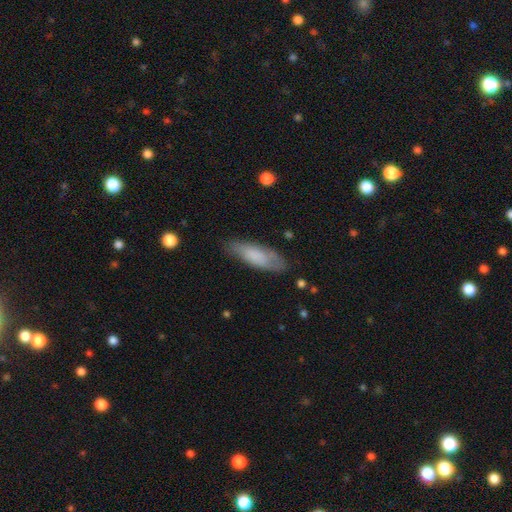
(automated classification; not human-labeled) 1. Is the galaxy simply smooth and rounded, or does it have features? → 74% smooth, 20% featured or disk, 6% star or artifact.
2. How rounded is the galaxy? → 57% in between, 41% cigar-shaped, 2% round.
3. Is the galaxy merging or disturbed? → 73% none, 20% minor disturbance, 5% major disturbance, 2% merger.